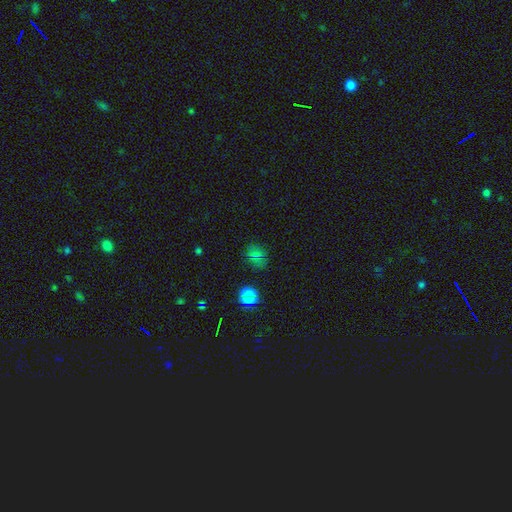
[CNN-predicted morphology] A smooth galaxy with no disk features (64%) that is round (55%). Merging: none (82%).